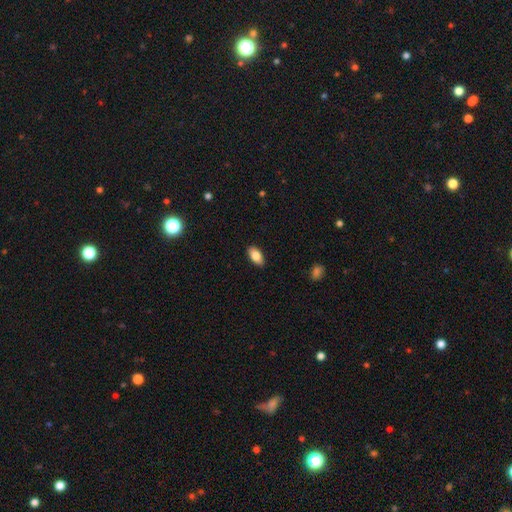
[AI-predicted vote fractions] A smooth galaxy with no disk features (83%) that is in between round and cigar-shaped (91%).

Vote fractions:
- Smooth or featured? smooth: 83% / featured or disk: 11% / star or artifact: 7%
- How rounded? in between: 91% / cigar-shaped: 5% / round: 3%
- Merging? none: 88% / minor disturbance: 9% / major disturbance: 2% / merger: 1%